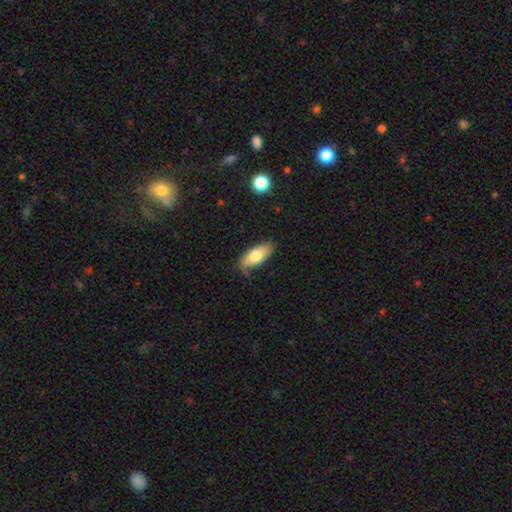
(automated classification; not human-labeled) The model was most divided on "merging": none: 66%, minor disturbance: 26%, major disturbance: 6%, merger: 2%. More confident: how rounded — in between (83%); smooth or featured — smooth (76%).